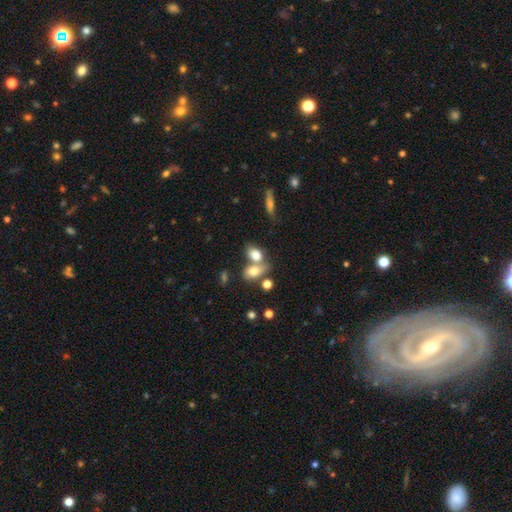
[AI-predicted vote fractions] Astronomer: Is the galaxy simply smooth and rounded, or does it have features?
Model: smooth — 77%.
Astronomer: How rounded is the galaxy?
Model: in between — 81%.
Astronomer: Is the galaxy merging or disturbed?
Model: merger — 52% (runner-up: none, 33%).